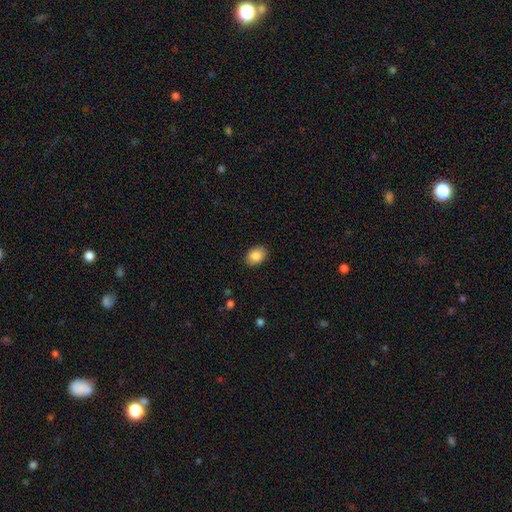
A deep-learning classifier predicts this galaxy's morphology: Smooth or featured? smooth (87%)
How rounded? in between (76%)
Merging? none (89%)